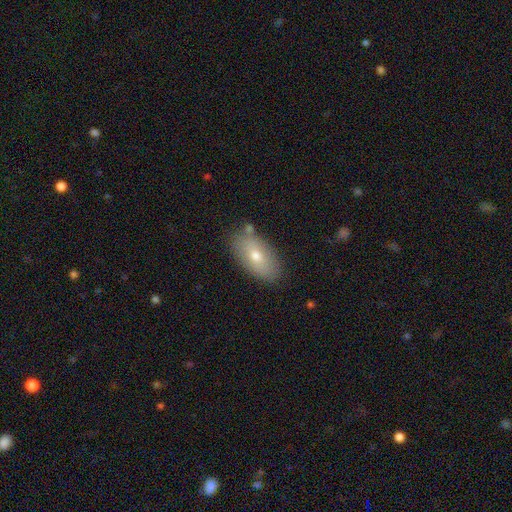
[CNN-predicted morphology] smooth_or_featured: smooth (p=0.68) [alt: featured or disk p=0.24]
how_rounded: in between (p=0.92) [alt: round p=0.05]
merging: none (p=0.79) [alt: minor disturbance p=0.13]